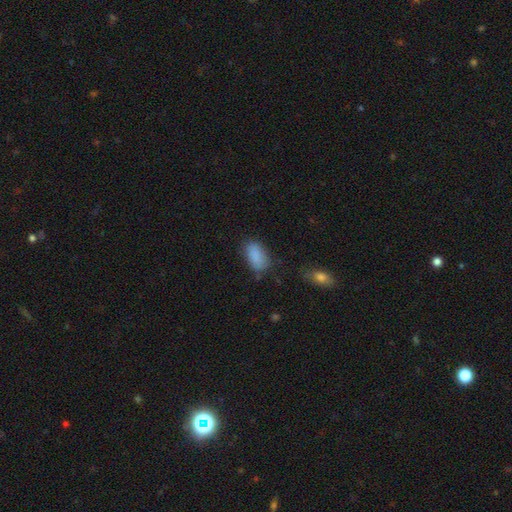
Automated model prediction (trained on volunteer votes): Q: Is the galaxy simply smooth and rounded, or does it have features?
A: smooth — 87%.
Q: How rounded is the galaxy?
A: in between — 93%.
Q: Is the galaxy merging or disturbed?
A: none — 71%.